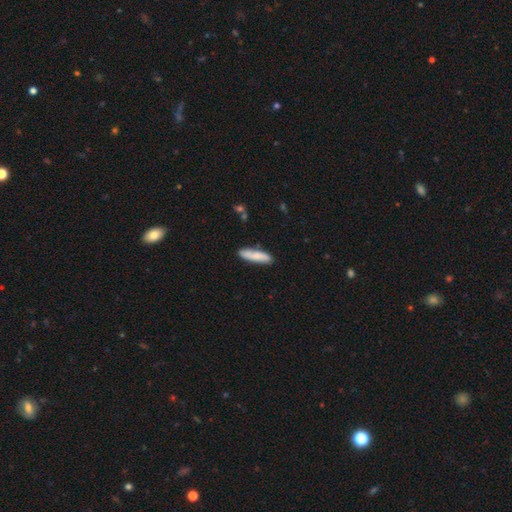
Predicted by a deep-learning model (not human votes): The model was most divided on "how rounded": cigar-shaped: 73%, in between: 26%, round: 2%. More confident: merging — none (83%); smooth or featured — smooth (78%).